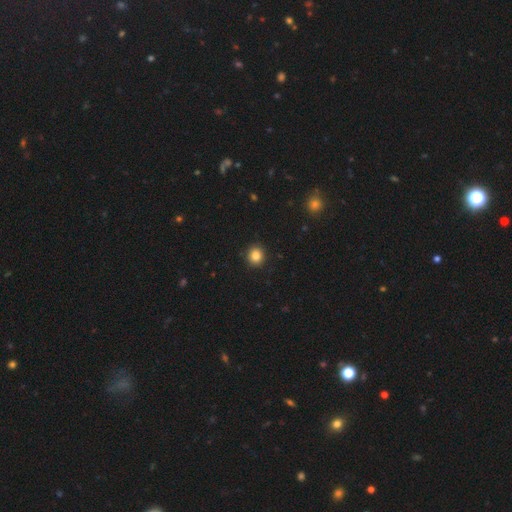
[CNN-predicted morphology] The model was most divided on "smooth or featured": smooth: 85%, star or artifact: 11%, featured or disk: 4%. More confident: merging — none (92%); how rounded — round (87%).